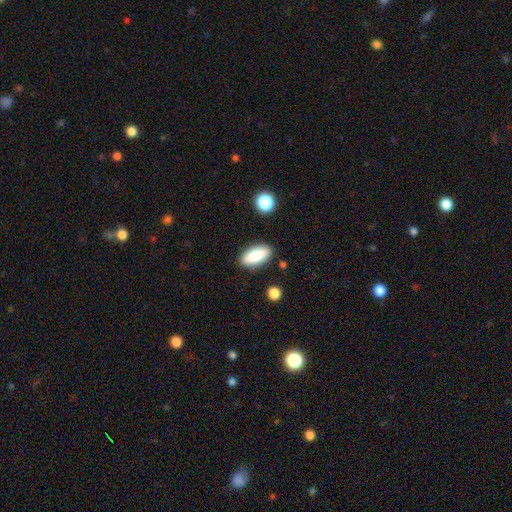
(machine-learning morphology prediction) Overall: smooth (83%). How rounded: in between (83%). Merging: none (86%).